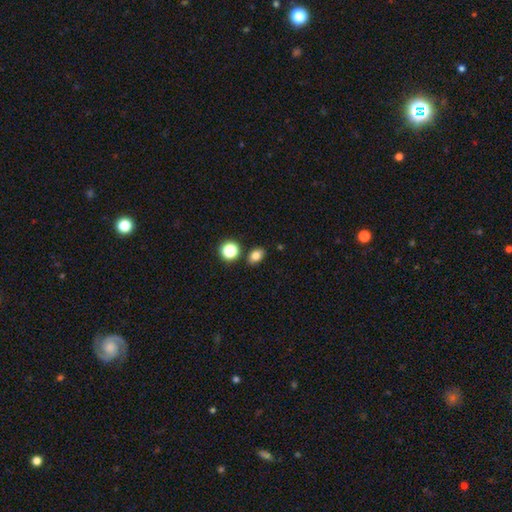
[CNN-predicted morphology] Smooth or featured: smooth — 80% (star or artifact — 13%)
How rounded: in between — 68% (round — 30%)
Merging: none — 83% (minor disturbance — 9%)